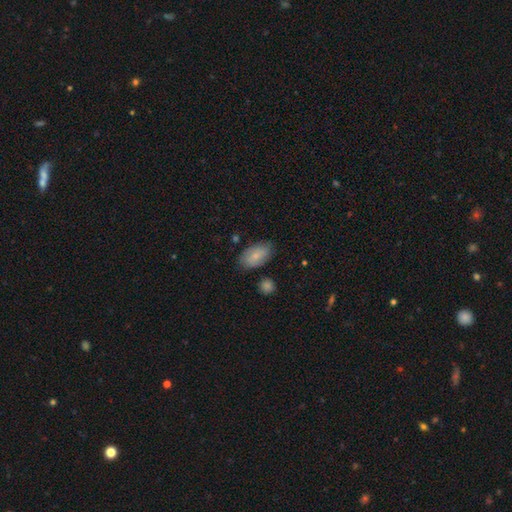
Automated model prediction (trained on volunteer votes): Morphology: type=smooth (79%); roundness=in between (93%); merging=none (76%).